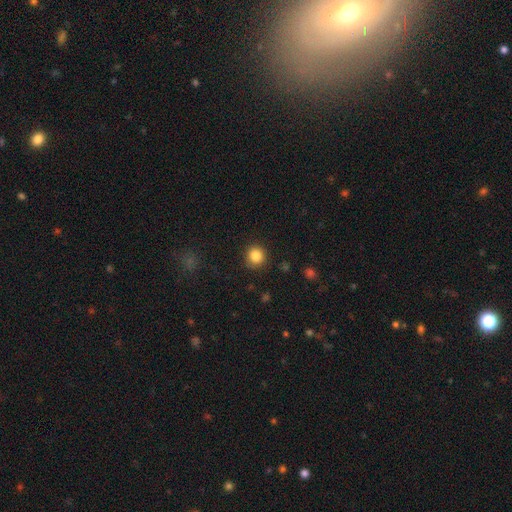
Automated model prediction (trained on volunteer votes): Smooth or featured? smooth (85%)
How rounded? round (92%)
Merging? none (91%)